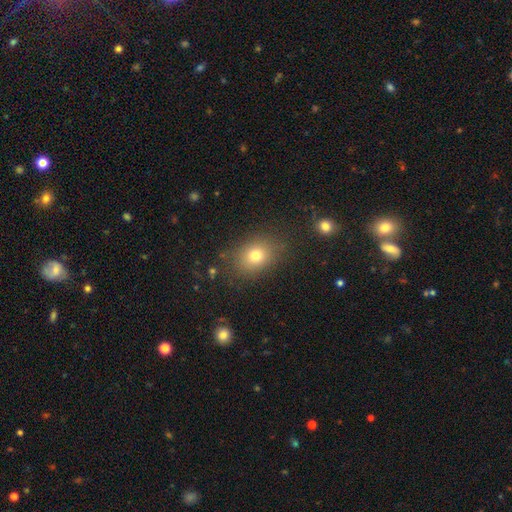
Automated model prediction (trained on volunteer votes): Q: Smooth or featured?
A: smooth (75%); runner-up: star or artifact (14%)
Q: How rounded?
A: in between (56%); runner-up: round (43%)
Q: Merging?
A: none (81%); runner-up: minor disturbance (12%)